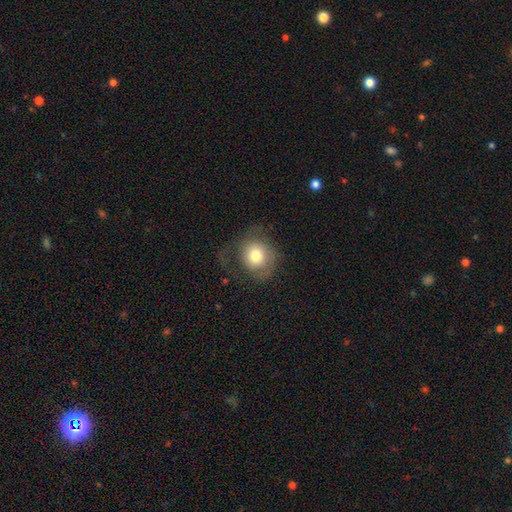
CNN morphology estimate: smooth-or-featured: smooth: 67% | featured or disk: 25% | star or artifact: 9%
  how-rounded: round: 79% | in between: 20% | cigar-shaped: 1%
  merging: none: 48% | major disturbance: 28% | minor disturbance: 23% | merger: 2%